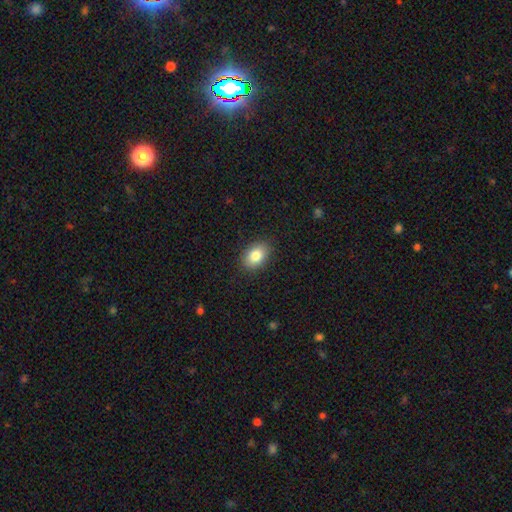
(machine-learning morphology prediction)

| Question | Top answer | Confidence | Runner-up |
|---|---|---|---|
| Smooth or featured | smooth | 83% | featured or disk (9%) |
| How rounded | in between | 82% | round (17%) |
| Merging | none | 88% | minor disturbance (9%) |